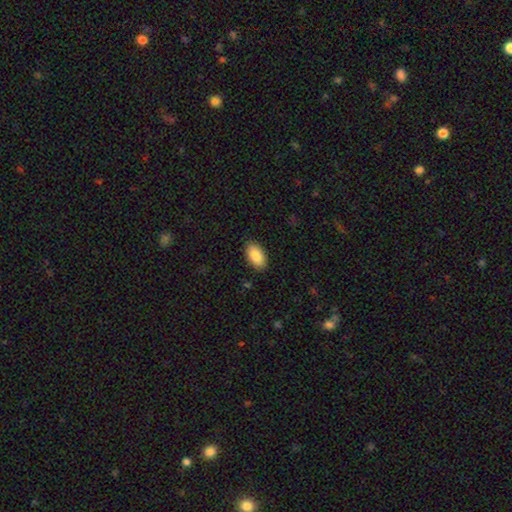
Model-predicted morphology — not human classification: smooth-or-featured: smooth: 87% | star or artifact: 6% | featured or disk: 6%
  how-rounded: in between: 94% | round: 3% | cigar-shaped: 3%
  merging: none: 88% | minor disturbance: 9% | major disturbance: 2% | merger: 1%